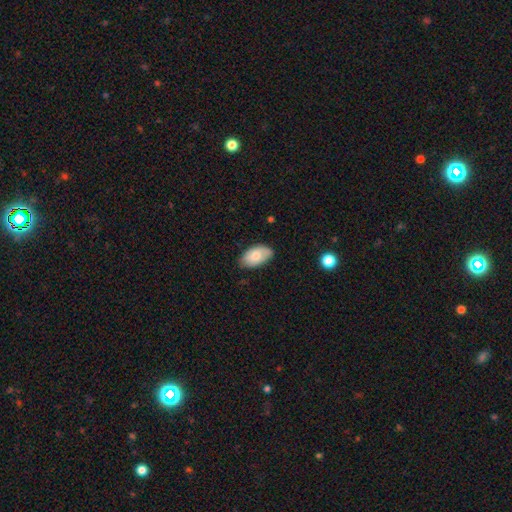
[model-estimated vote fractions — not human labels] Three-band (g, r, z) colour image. It shows a smooth galaxy with no disk features (75%) that is in between round and cigar-shaped (95%). Merging: none (74%).